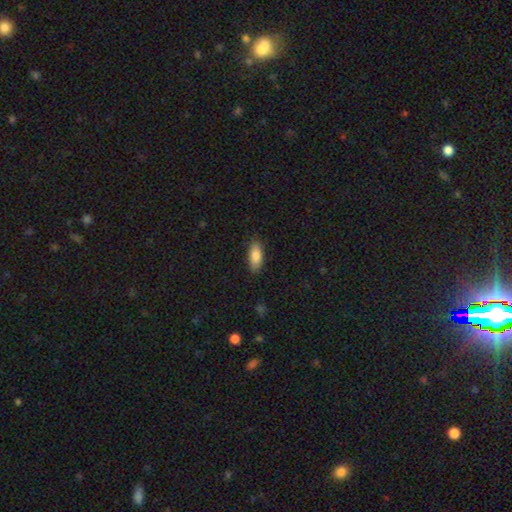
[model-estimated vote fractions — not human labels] This appears to be a smooth galaxy with no disk features (86%) that is in between round and cigar-shaped (82%). Merging: none (85%).